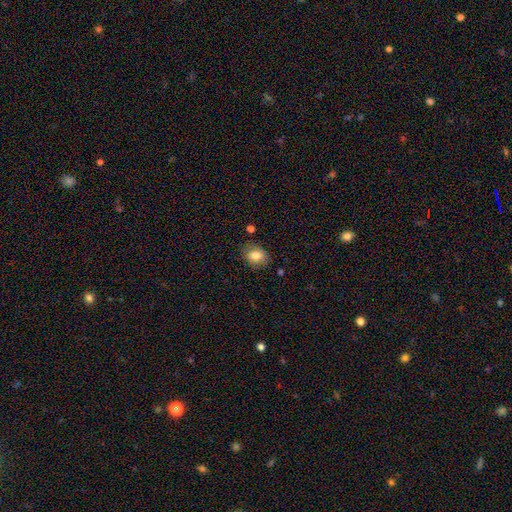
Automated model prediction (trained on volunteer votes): smooth 81%, featured or disk 10%, star or artifact 9%. Down the decision tree: how rounded — in between (52%); merging — none (77%).